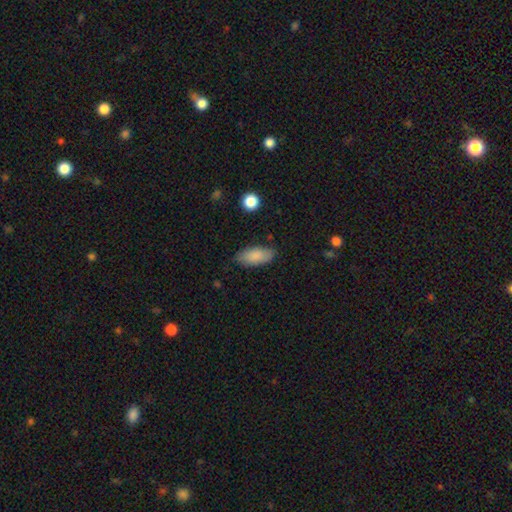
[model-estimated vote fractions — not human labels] A smooth galaxy with no disk features (86%) that is in between round and cigar-shaped (86%).

Vote fractions:
- Smooth or featured? smooth: 86% / featured or disk: 8% / star or artifact: 7%
- How rounded? in between: 86% / cigar-shaped: 12% / round: 2%
- Merging? none: 81% / minor disturbance: 15% / major disturbance: 3% / merger: 1%